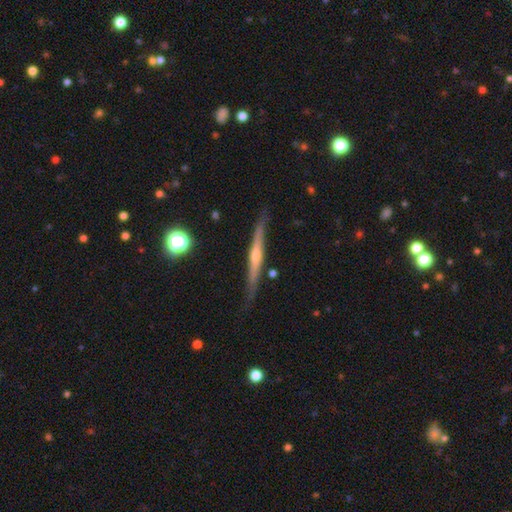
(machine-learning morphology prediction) Smooth or featured: featured or disk — 78% (smooth — 15%)
Edge-on disk: yes — 97% (no — 3%)
Edge-on bulge: rounded — 74% (none — 19%)
Merging: none — 86% (minor disturbance — 10%)